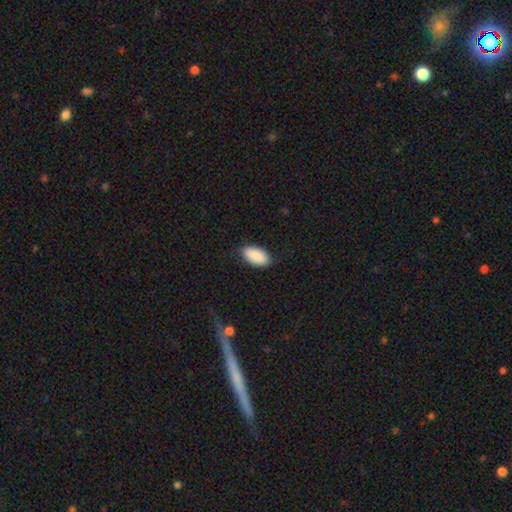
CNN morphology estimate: The model was most divided on "merging": none: 84%, minor disturbance: 12%, major disturbance: 2%, merger: 1%. More confident: how rounded — in between (94%); smooth or featured — smooth (90%).